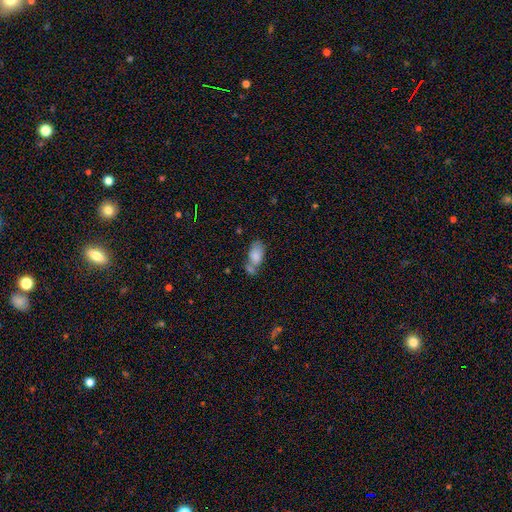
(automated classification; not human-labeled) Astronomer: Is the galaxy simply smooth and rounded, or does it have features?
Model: smooth — 81%.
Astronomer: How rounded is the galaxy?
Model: in between — 91%.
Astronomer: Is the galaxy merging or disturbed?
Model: merger — 42% (runner-up: none, 34%).